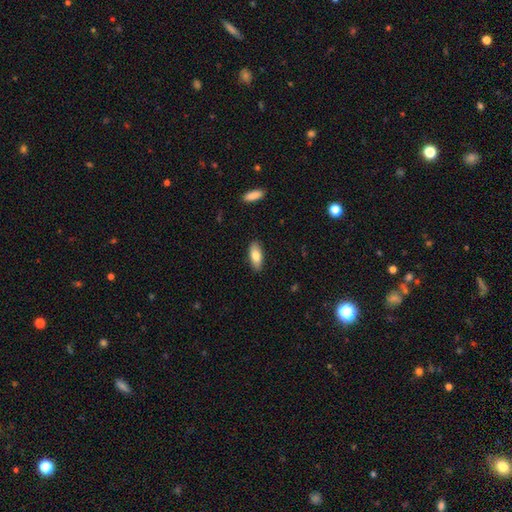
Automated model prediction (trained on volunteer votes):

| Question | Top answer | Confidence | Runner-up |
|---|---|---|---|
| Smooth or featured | smooth | 80% | featured or disk (13%) |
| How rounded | in between | 83% | cigar-shaped (15%) |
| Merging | none | 87% | minor disturbance (10%) |